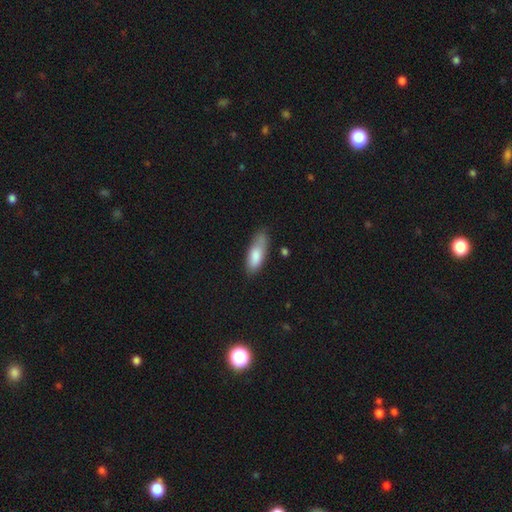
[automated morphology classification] Q: Smooth or featured?
A: smooth (81%); runner-up: featured or disk (13%)
Q: How rounded?
A: in between (66%); runner-up: cigar-shaped (32%)
Q: Merging?
A: none (66%); runner-up: minor disturbance (26%)